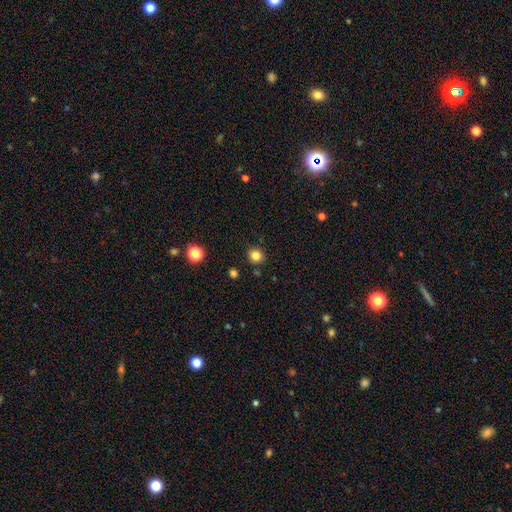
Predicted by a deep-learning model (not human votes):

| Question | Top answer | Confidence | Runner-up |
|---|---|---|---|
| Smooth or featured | smooth | 83% | star or artifact (13%) |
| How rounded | round | 90% | in between (9%) |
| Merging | none | 89% | minor disturbance (7%) |